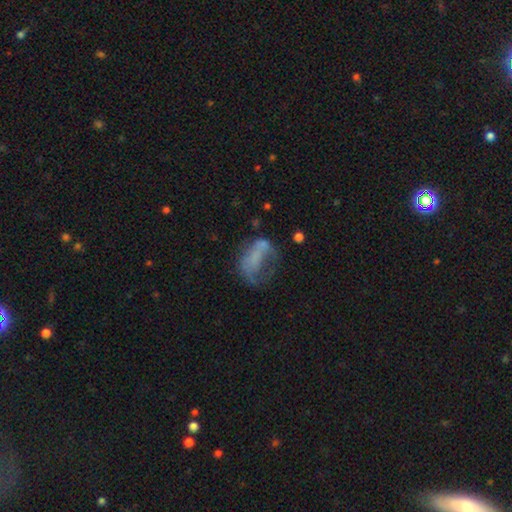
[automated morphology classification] Smooth or featured: smooth — 44% (featured or disk — 41%)
Merging: major disturbance — 47% (none — 26%)